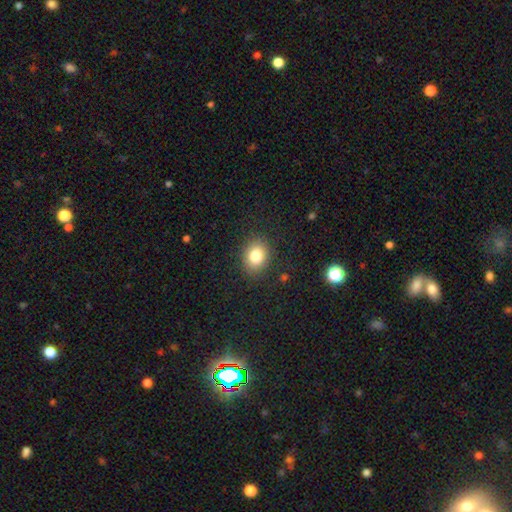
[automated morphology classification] This appears to be a smooth galaxy with no disk features (80%) that is in between round and cigar-shaped (50%). Merging: none (86%).